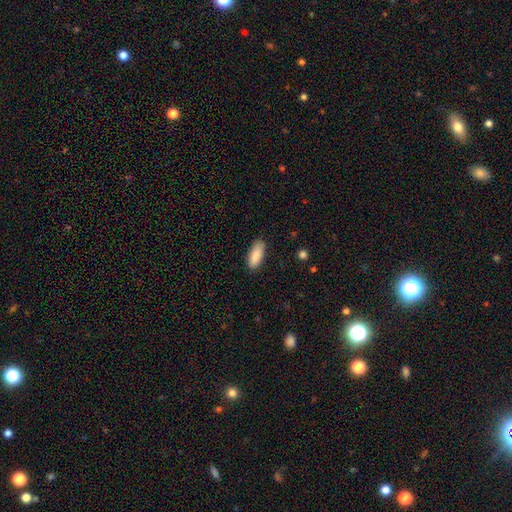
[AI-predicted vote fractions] smooth_or_featured: smooth (p=0.88) [alt: featured or disk p=0.06]
how_rounded: in between (p=0.78) [alt: cigar-shaped p=0.20]
merging: none (p=0.87) [alt: minor disturbance p=0.10]